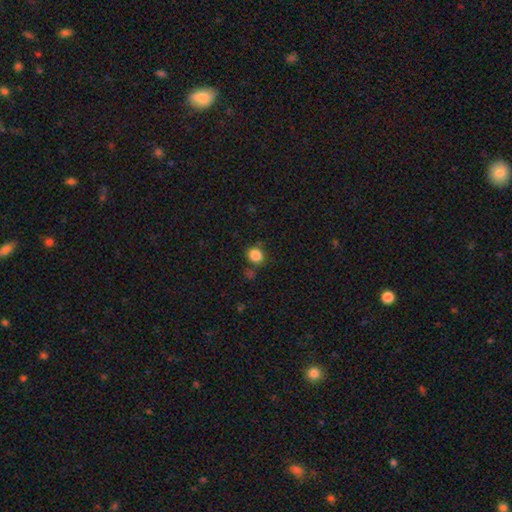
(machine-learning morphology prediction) The model was most divided on "how rounded": round: 74%, in between: 25%, cigar-shaped: 1%. More confident: smooth or featured — smooth (85%); merging — none (77%).